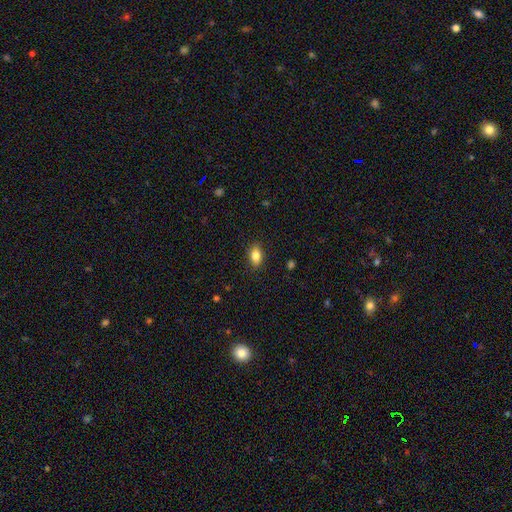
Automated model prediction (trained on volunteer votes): smooth_or_featured: smooth (p=0.84) [alt: star or artifact p=0.08]
how_rounded: in between (p=0.86) [alt: round p=0.10]
merging: none (p=0.86) [alt: minor disturbance p=0.10]